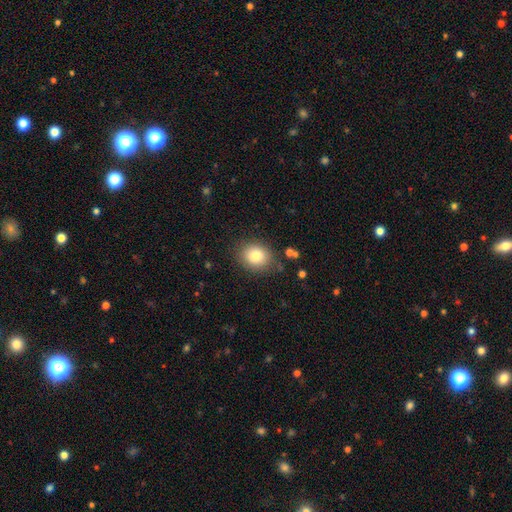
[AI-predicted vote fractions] A smooth galaxy with no disk features (83%) that is round (54%). Merging: none (84%).